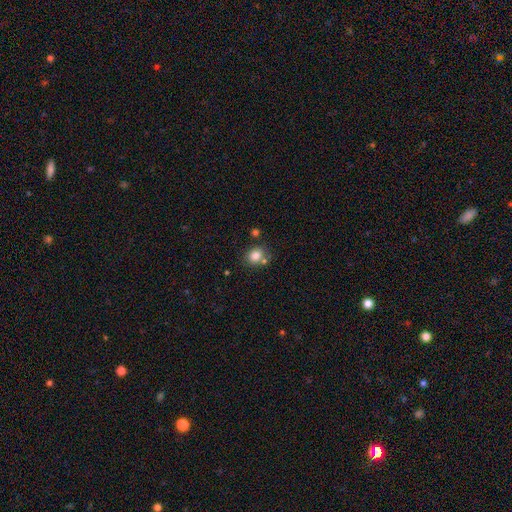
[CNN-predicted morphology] Smooth or featured: smooth — 82% (star or artifact — 11%)
How rounded: round — 54% (in between — 45%)
Merging: none — 65% (merger — 17%)